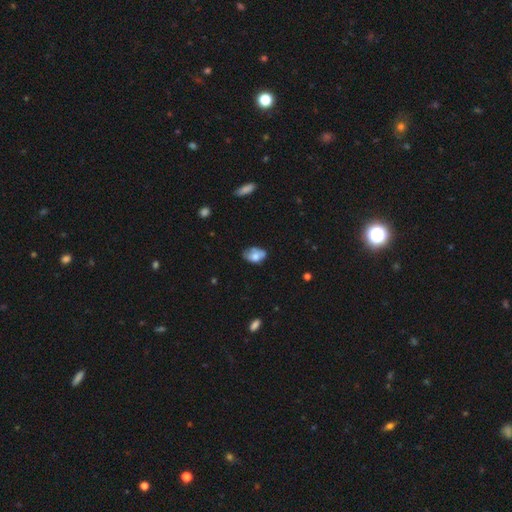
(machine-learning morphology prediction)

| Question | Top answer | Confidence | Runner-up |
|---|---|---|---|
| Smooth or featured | smooth | 69% | featured or disk (22%) |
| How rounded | in between | 85% | round (14%) |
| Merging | none | 50% | minor disturbance (35%) |